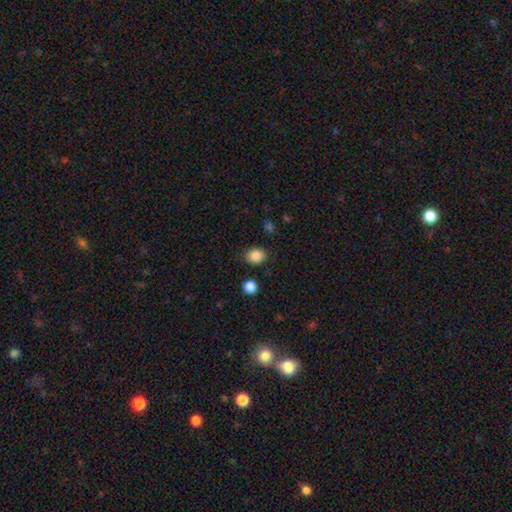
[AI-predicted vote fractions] Smooth or featured: smooth — 86% (star or artifact — 10%)
How rounded: round — 63% (in between — 36%)
Merging: none — 83% (minor disturbance — 11%)